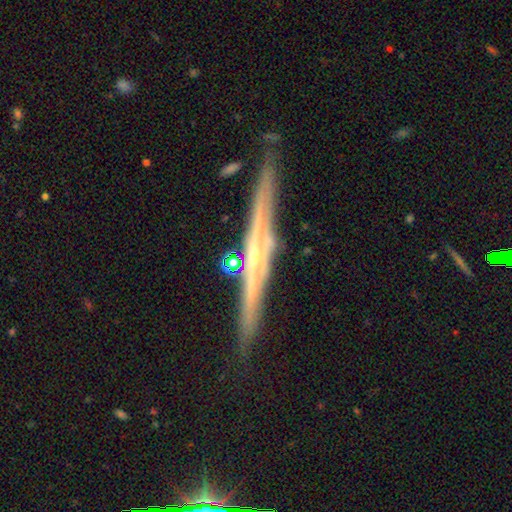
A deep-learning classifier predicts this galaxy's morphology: Q: Smooth or featured?
A: featured or disk (78%); runner-up: smooth (13%)
Q: Edge-on disk?
A: yes (97%); runner-up: no (3%)
Q: Edge-on bulge?
A: rounded (56%); runner-up: none (36%)
Q: Merging?
A: none (84%); runner-up: minor disturbance (10%)